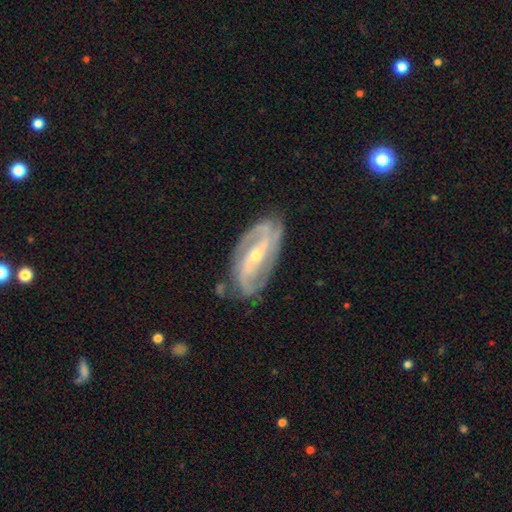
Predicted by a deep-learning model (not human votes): The model was most divided on "bar": strong: 42%, weak: 33%, no: 25%. Remaining: spiral arms — yes (97%); edge-on disk — no (95%); smooth or featured — featured or disk (90%); merging — none (76%); spiral arm count — 2 (68%); bulge size — small (61%); spiral winding — medium (47%).